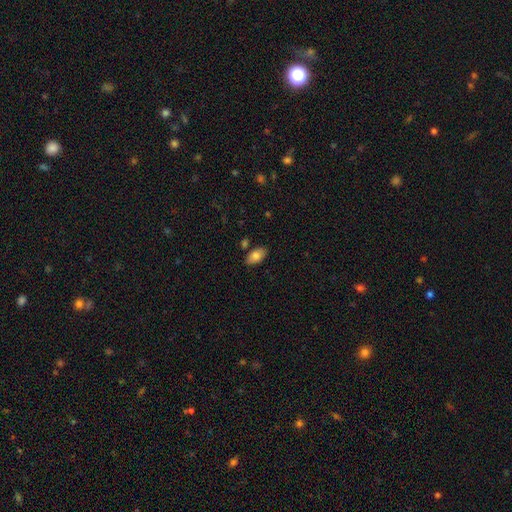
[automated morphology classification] A smooth galaxy with no disk features (80%) that is in between round and cigar-shaped (94%). Merging: none (82%).